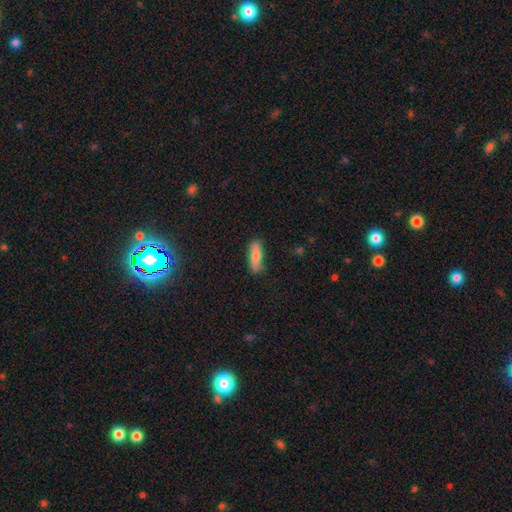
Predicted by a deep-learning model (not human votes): smooth-or-featured: smooth: 75% | featured or disk: 18% | star or artifact: 7%
  how-rounded: cigar-shaped: 60% | in between: 38% | round: 2%
  merging: none: 81% | minor disturbance: 15% | major disturbance: 3% | merger: 2%